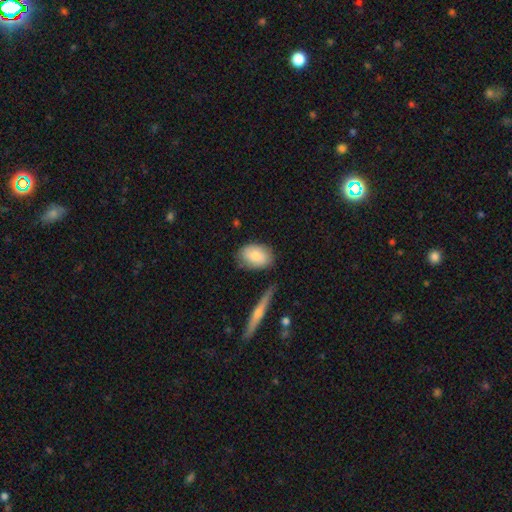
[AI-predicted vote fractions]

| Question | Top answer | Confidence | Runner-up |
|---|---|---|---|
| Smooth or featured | smooth | 80% | featured or disk (14%) |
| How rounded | in between | 82% | round (16%) |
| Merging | none | 73% | minor disturbance (18%) |